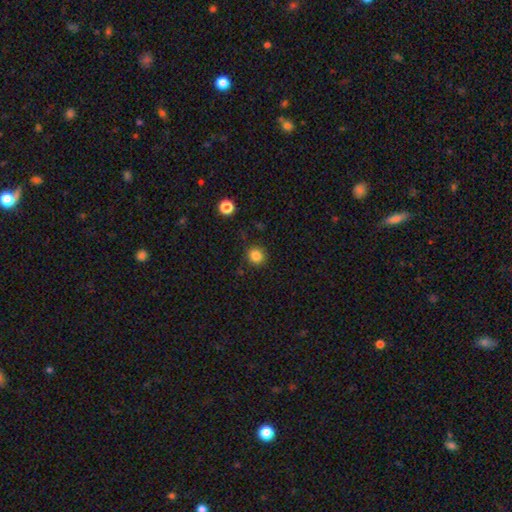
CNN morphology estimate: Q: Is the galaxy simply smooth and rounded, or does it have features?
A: smooth — 84%.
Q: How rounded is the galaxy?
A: round — 93%.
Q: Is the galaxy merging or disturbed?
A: none — 87%.